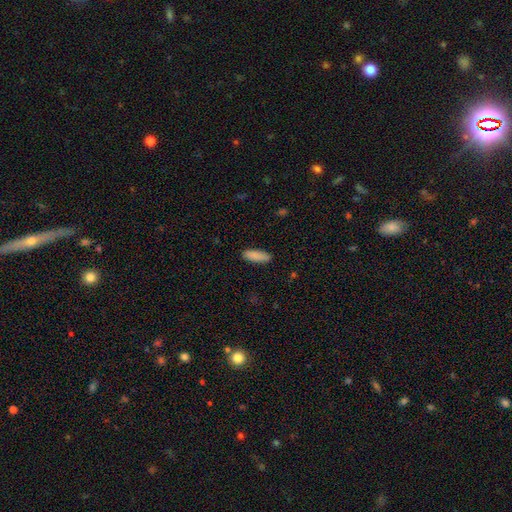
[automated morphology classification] This appears to be a smooth galaxy with no disk features (88%) that is in between round and cigar-shaped (61%). Merging: none (88%).